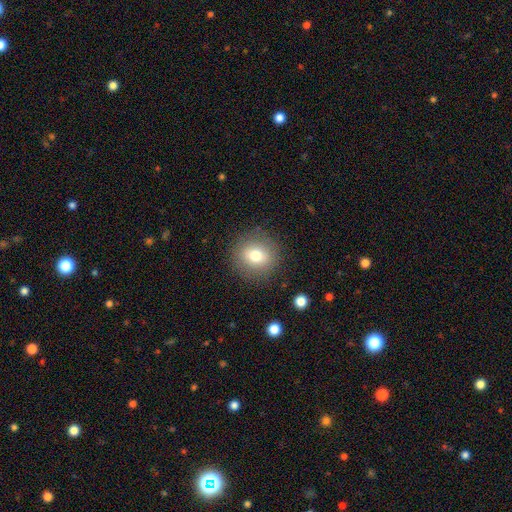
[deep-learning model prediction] Overall: smooth (74%). How rounded: round (90%). Merging: none (87%).